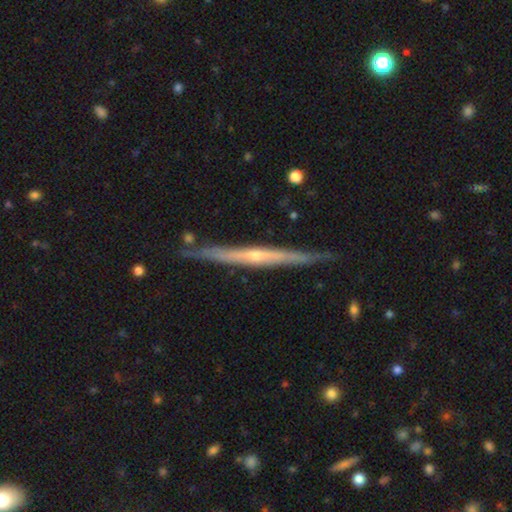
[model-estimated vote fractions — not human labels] Smooth or featured? Predicted: featured or disk (p=0.78). Edge-on disk? Predicted: yes (p=0.97). Edge-on bulge? Predicted: rounded (p=0.59). Merging? Predicted: none (p=0.86).